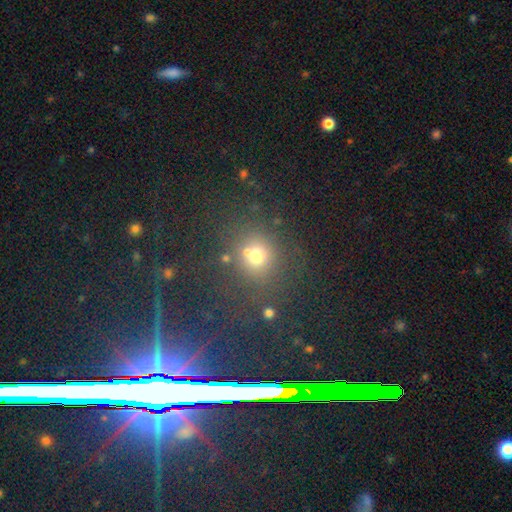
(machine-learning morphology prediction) Overall: smooth (66%). How rounded: round (81%). Merging: none (65%).